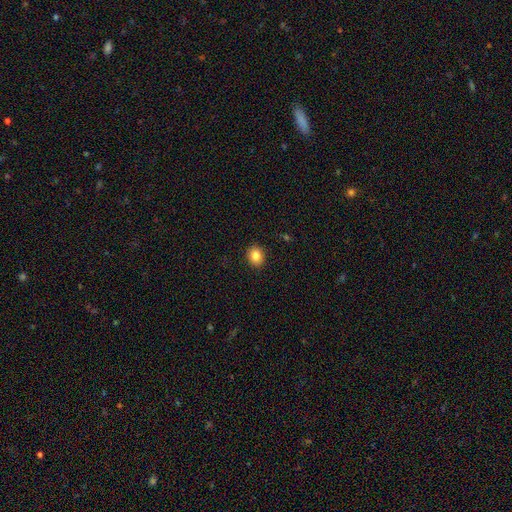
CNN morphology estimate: This appears to be a smooth galaxy with no disk features (84%) that is round (66%). Merging: none (91%).